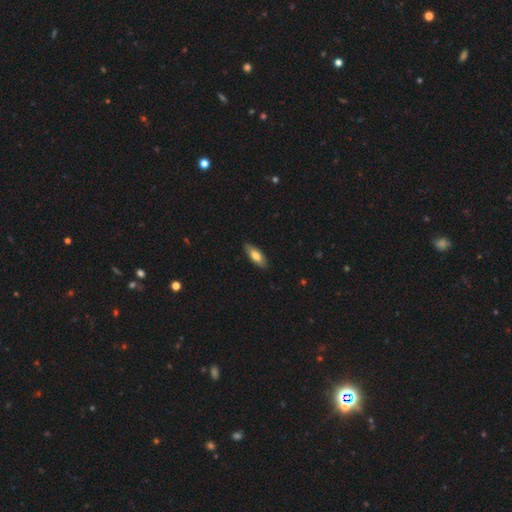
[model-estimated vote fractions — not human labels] This appears to be a smooth galaxy with no disk features (72%) that is in between round and cigar-shaped (71%). Merging: none (84%).